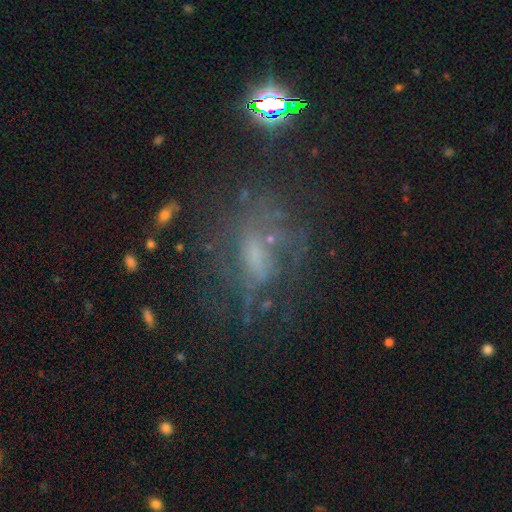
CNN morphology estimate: A featured or disk galaxy (56%) with no bar (54%), spiral arms (53%) and a small central bulge (34%). Merging: none (53%).